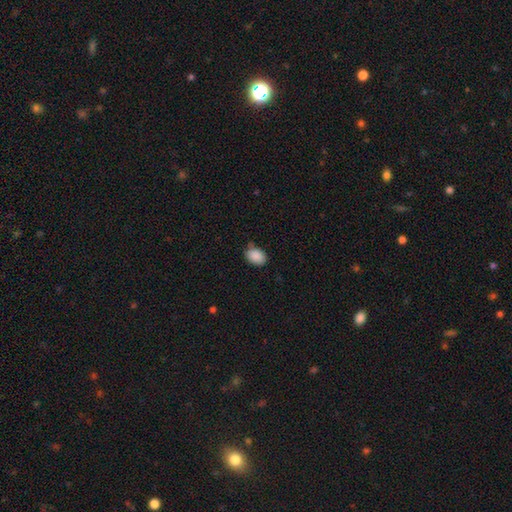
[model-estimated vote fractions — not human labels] Smooth or featured?
  - smooth: 89% *
  - star or artifact: 8%
  - featured or disk: 3%
How rounded?
  - in between: 77% *
  - round: 22%
  - cigar-shaped: 1%
Merging?
  - none: 72% *
  - minor disturbance: 21%
  - major disturbance: 4%
  - merger: 3%